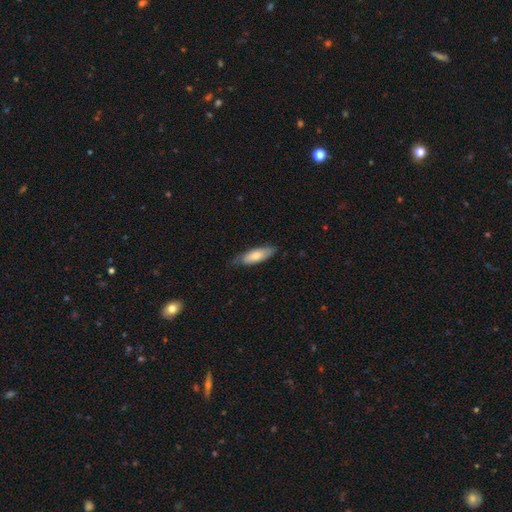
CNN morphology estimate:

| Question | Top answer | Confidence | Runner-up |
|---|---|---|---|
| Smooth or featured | smooth | 69% | featured or disk (25%) |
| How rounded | in between | 61% | cigar-shaped (37%) |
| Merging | none | 72% | minor disturbance (23%) |